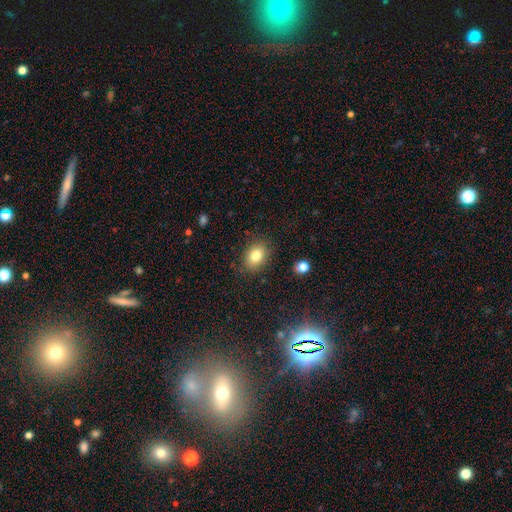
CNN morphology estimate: Overall: smooth (81%). How rounded: in between (64%; round 35%). Merging: none (85%).